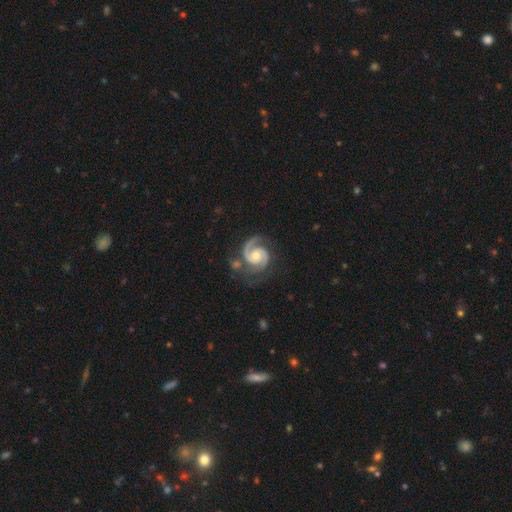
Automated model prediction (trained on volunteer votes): The model was most divided on "spiral winding": medium: 49%, tight: 42%, loose: 8%. More confident: spiral arms — yes (98%); edge-on disk — no (98%); smooth or featured — featured or disk (92%); spiral arm count — 2 (90%); merging — none (70%); bar — no (61%); bulge size — moderate (53%).